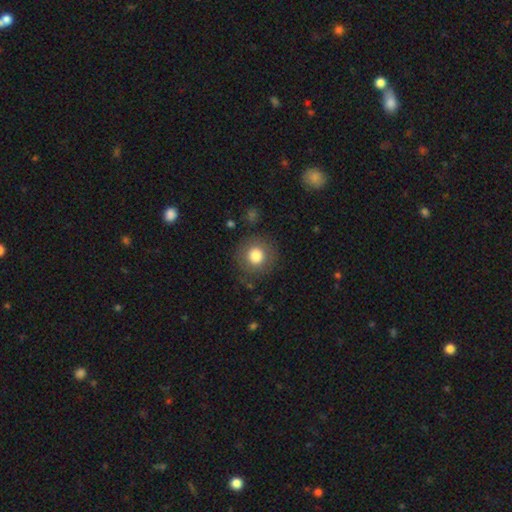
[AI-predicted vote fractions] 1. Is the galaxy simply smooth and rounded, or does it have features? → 80% smooth, 11% featured or disk, 10% star or artifact.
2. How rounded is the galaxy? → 94% round, 5% in between, 1% cigar-shaped.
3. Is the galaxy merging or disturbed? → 85% none, 9% minor disturbance, 4% major disturbance, 2% merger.